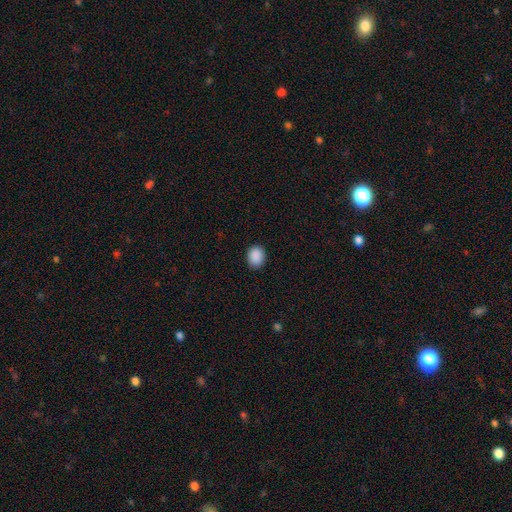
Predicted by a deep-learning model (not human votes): This is clearly a smooth galaxy (90%). How rounded: possibly in between (54%). Merging: clearly none (89%).